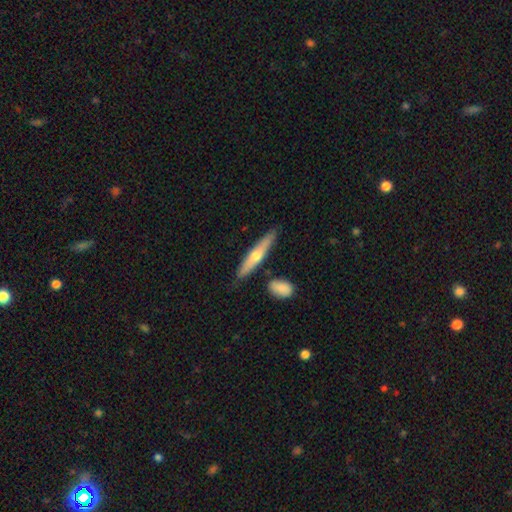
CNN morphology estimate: Q: Smooth or featured?
A: smooth (48%); runner-up: featured or disk (47%)
Q: Merging?
A: none (81%); runner-up: minor disturbance (12%)